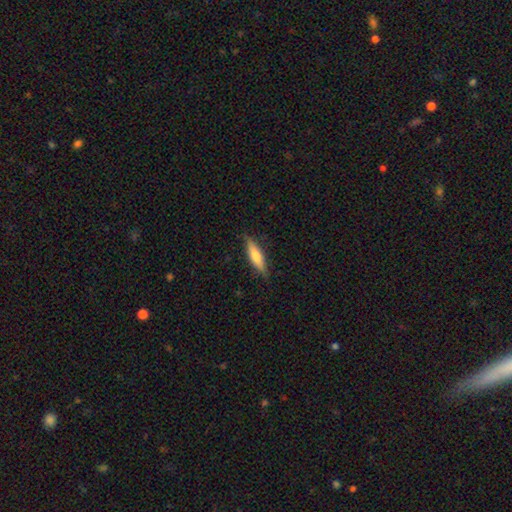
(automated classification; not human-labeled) A smooth galaxy with no disk features (60%) that is cigar-shaped (73%).

Vote fractions:
- Smooth or featured? smooth: 60% / featured or disk: 34% / star or artifact: 6%
- How rounded? cigar-shaped: 73% / in between: 25% / round: 2%
- Merging? none: 85% / minor disturbance: 12% / major disturbance: 2% / merger: 1%